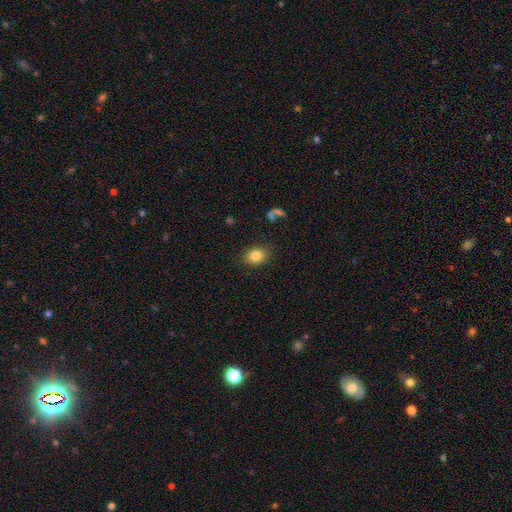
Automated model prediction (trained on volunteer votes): smooth_or_featured: smooth (p=0.83) [alt: star or artifact p=0.10]
how_rounded: in between (p=0.55) [alt: round p=0.44]
merging: none (p=0.85) [alt: minor disturbance p=0.10]